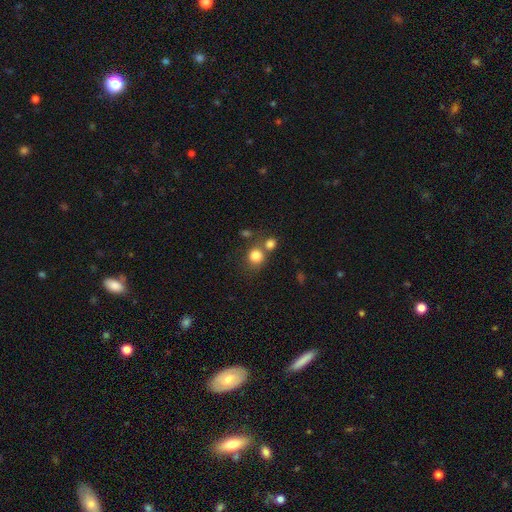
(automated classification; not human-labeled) Smooth or featured?
  - smooth: 81% *
  - star or artifact: 11%
  - featured or disk: 7%
How rounded?
  - round: 84% *
  - in between: 15%
  - cigar-shaped: 1%
Merging?
  - none: 55% *
  - merger: 30%
  - minor disturbance: 10%
  - major disturbance: 5%